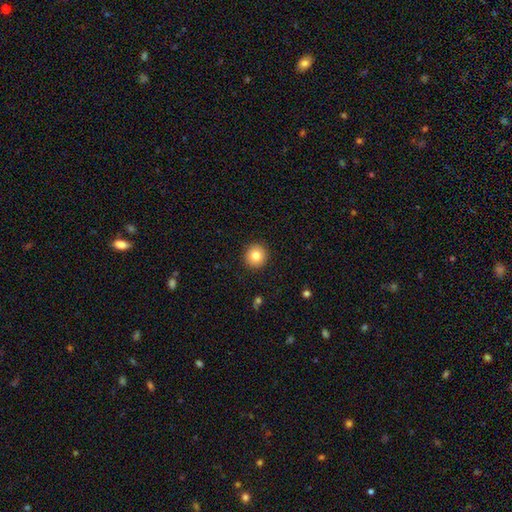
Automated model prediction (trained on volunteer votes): Overall: smooth (81%). How rounded: round (95%). Merging: none (92%).